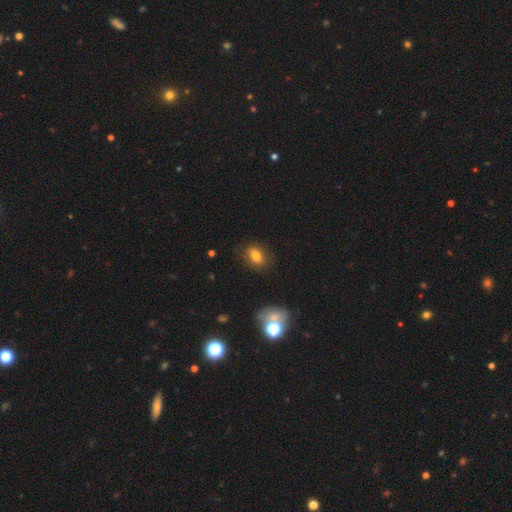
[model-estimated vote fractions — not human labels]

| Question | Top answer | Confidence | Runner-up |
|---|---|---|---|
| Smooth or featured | smooth | 76% | featured or disk (13%) |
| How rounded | in between | 78% | round (19%) |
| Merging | none | 80% | minor disturbance (14%) |